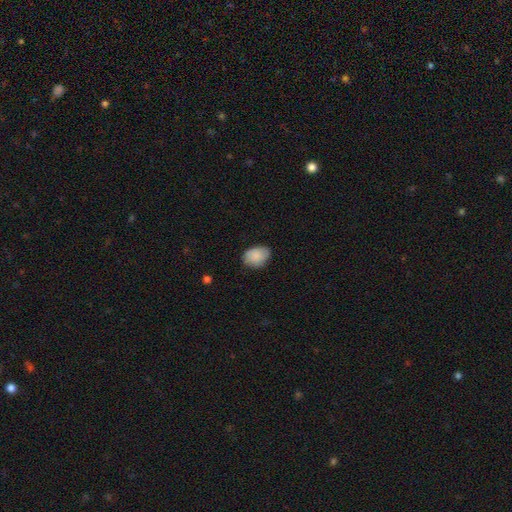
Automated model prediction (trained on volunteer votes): This is clearly a smooth galaxy (88%). How rounded: likely in between (73%). Merging: likely none (75%).